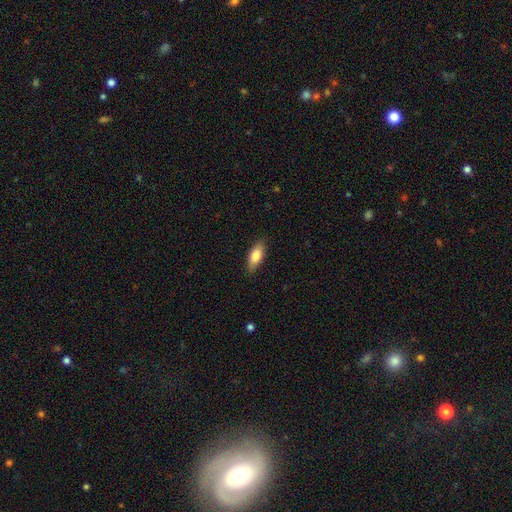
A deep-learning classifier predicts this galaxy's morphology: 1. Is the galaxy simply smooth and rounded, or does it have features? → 81% smooth, 13% featured or disk, 6% star or artifact.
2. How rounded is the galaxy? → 78% in between, 20% cigar-shaped, 2% round.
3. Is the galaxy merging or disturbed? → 86% none, 11% minor disturbance, 2% major disturbance, 1% merger.